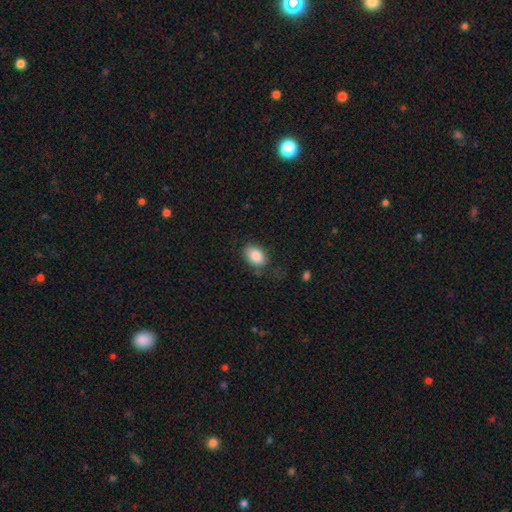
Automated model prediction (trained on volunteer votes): A smooth galaxy with no disk features (86%) that is in between round and cigar-shaped (84%). Merging: none (74%).